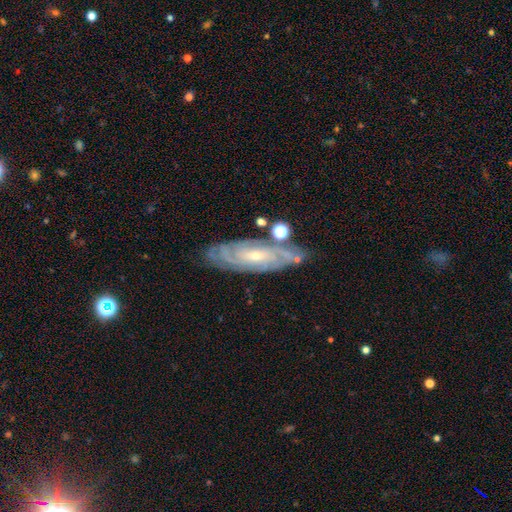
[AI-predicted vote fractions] This is clearly a featured or disk galaxy (84%). It is clearly not viewed edge-on (88%). Bar: possibly no (54%). Spiral arm pattern: clearly yes (96%). Spiral arm count: marginally can't tell (38%). Spiral winding: likely tight (75%). Central bulge: likely small (64%). Merging: likely none (74%).